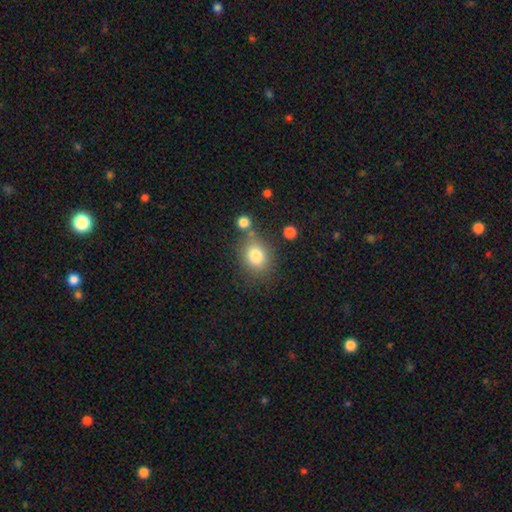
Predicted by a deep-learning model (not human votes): Smooth or featured: smooth — 80% (star or artifact — 11%)
How rounded: round — 61% (in between — 38%)
Merging: none — 69% (minor disturbance — 15%)